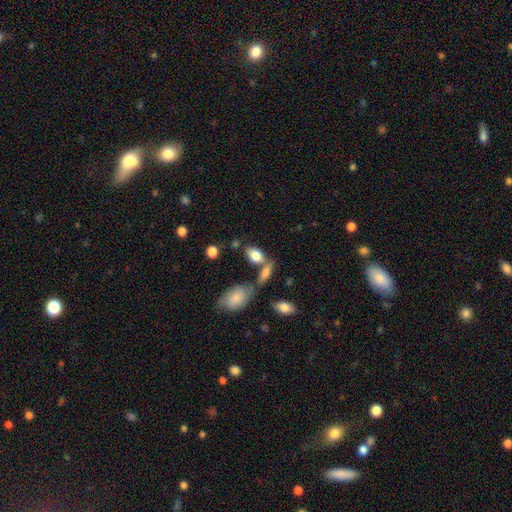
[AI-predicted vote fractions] A smooth galaxy with no disk features (80%) that is in between round and cigar-shaped (88%). Merging: none (53%).